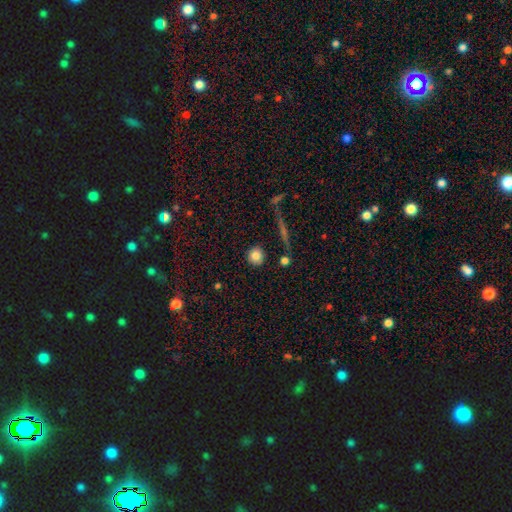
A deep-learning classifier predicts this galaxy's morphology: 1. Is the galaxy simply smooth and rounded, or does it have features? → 82% smooth, 10% star or artifact, 8% featured or disk.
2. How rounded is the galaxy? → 91% round, 7% in between, 1% cigar-shaped.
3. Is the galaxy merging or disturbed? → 86% none, 8% minor disturbance, 4% merger, 3% major disturbance.